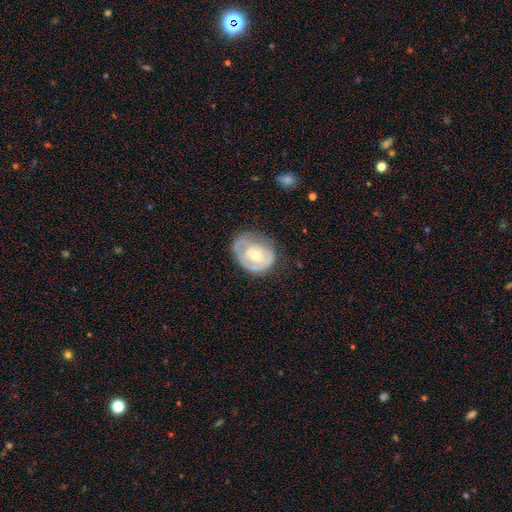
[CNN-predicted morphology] A featured or disk galaxy (55%) with no bar (83%), no spiral arms (53%) and a small central bulge (53%). Merging: none (44%).